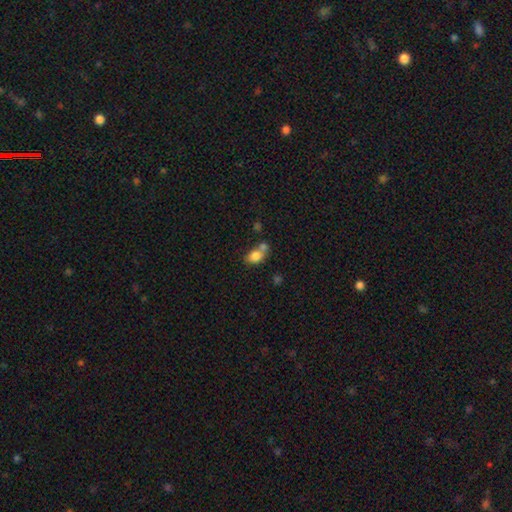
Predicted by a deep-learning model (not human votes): Smooth or featured?
  - smooth: 80% *
  - featured or disk: 11%
  - star or artifact: 9%
How rounded?
  - in between: 69% *
  - round: 30%
  - cigar-shaped: 2%
Merging?
  - merger: 46% *
  - none: 36%
  - minor disturbance: 13%
  - major disturbance: 5%